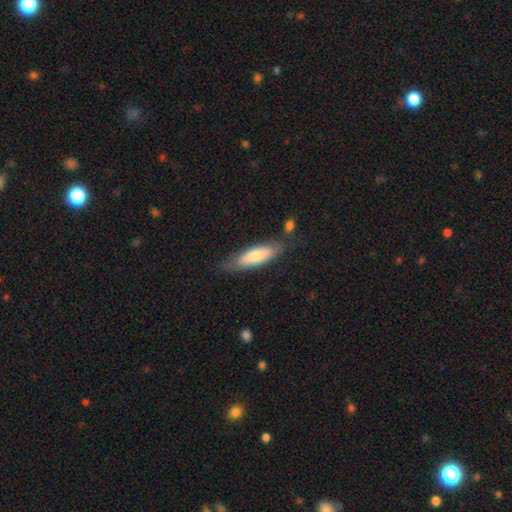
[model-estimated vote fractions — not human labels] Morphology: type=smooth (71%); roundness=in between (53%); merging=none (62%).